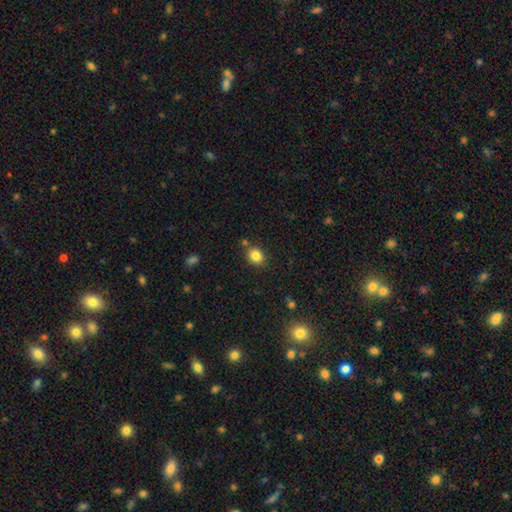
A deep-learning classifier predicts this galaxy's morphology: Smooth or featured? smooth (84%)
How rounded? round (64%)
Merging? none (79%)